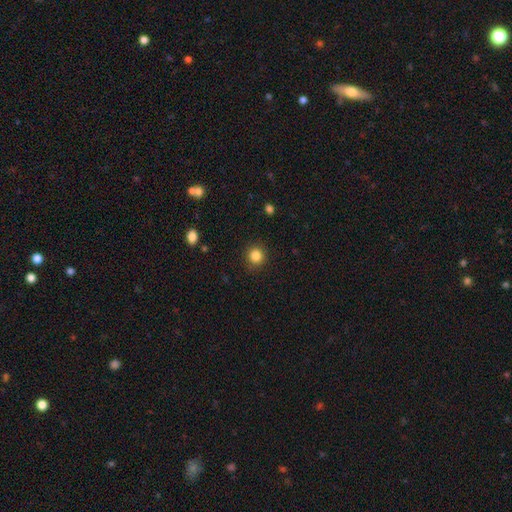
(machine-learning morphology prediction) smooth 84%, star or artifact 11%, featured or disk 4%. Down the decision tree: how rounded — round (92%); merging — none (89%).